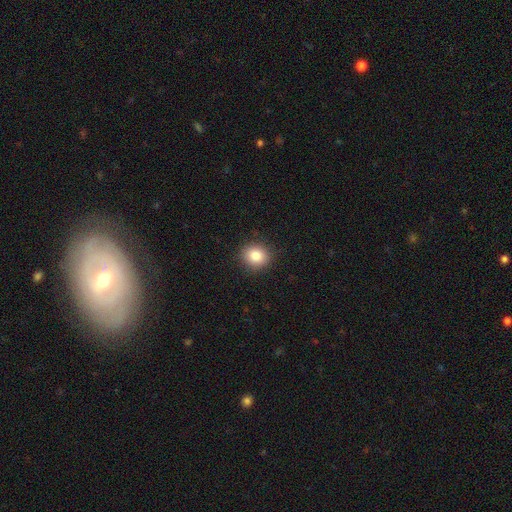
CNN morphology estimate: This appears to be a smooth galaxy with no disk features (85%) that is round (82%). Merging: none (90%).